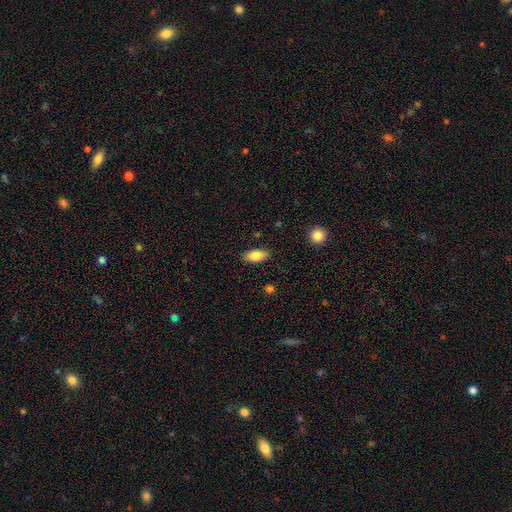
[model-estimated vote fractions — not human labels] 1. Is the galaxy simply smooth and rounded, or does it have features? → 83% smooth, 10% featured or disk, 7% star or artifact.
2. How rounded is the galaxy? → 89% in between, 8% cigar-shaped, 3% round.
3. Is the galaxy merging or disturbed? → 87% none, 10% minor disturbance, 2% major disturbance, 1% merger.